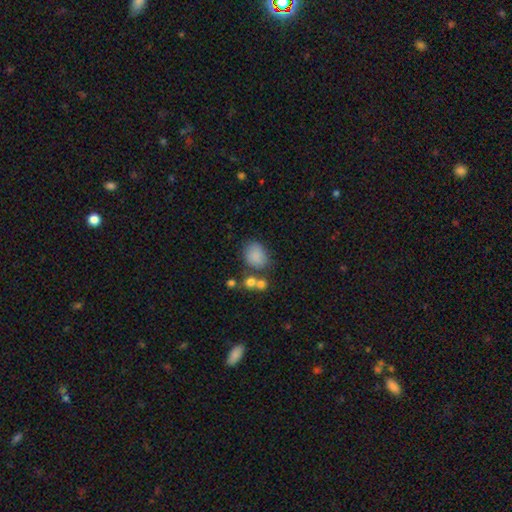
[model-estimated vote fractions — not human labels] smooth_or_featured: smooth (p=0.83) [alt: star or artifact p=0.10]
how_rounded: in between (p=0.57) [alt: round p=0.42]
merging: none (p=0.62) [alt: minor disturbance p=0.18]